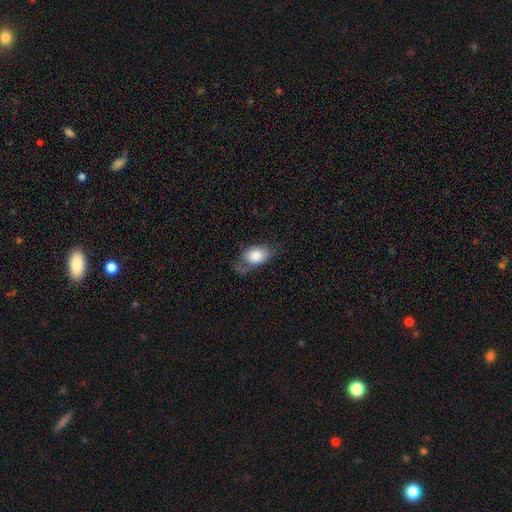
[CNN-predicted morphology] This appears to be a smooth galaxy with no disk features (78%) that is in between round and cigar-shaped (86%). Merging: none (47%).